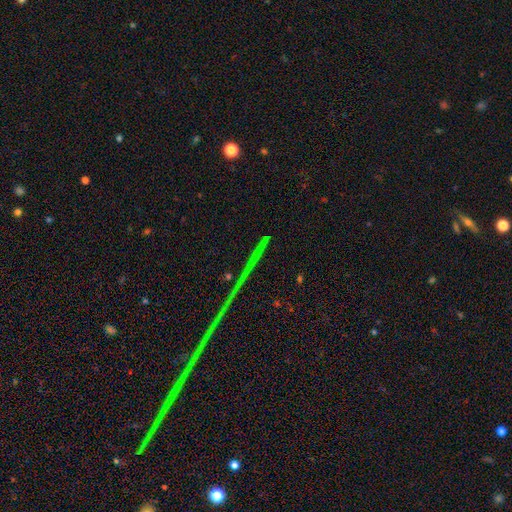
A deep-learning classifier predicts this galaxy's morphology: type=star or artifact (77%).